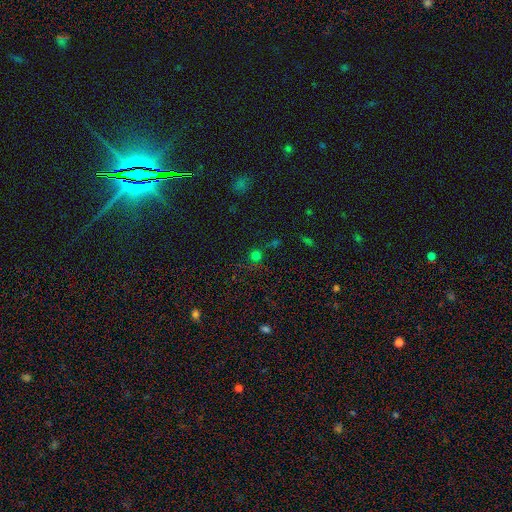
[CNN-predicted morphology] This is likely a smooth galaxy (62%). How rounded: clearly round (90%). Merging: likely none (70%).